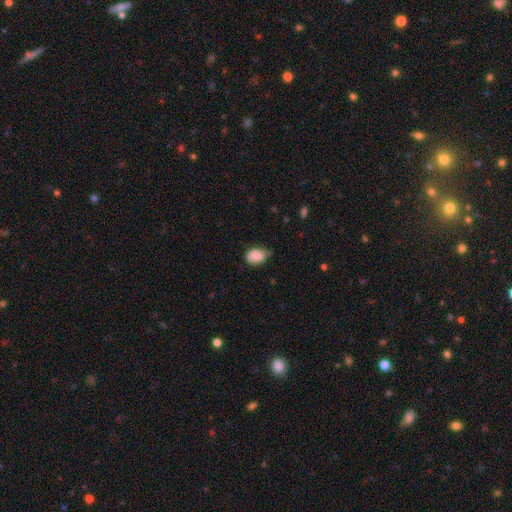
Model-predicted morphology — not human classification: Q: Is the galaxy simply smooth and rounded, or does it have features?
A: smooth — 88%.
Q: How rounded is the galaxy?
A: in between — 67%.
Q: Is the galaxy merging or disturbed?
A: none — 68%.